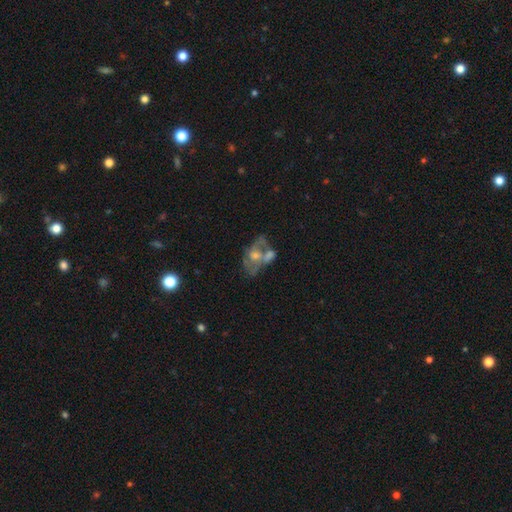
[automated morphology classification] featured or disk 65%, smooth 25%, star or artifact 11%. Down the decision tree: edge-on disk — no (95%); bar — no (76%); spiral arms — no (54%); bulge size — moderate (58%); merging — merger (41%).